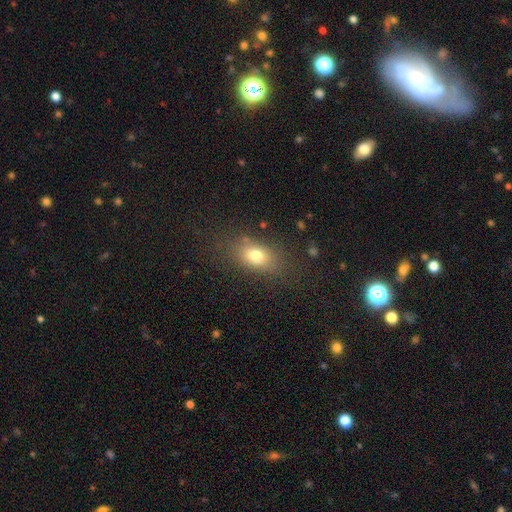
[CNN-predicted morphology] Smooth or featured? smooth (75%)
How rounded? in between (77%)
Merging? none (78%)